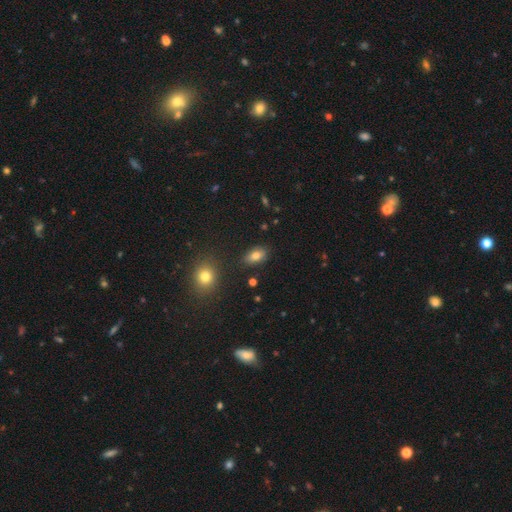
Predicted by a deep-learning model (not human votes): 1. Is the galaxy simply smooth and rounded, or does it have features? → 78% smooth, 11% star or artifact, 11% featured or disk.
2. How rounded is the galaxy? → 87% in between, 9% round, 3% cigar-shaped.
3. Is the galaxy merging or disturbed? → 83% none, 11% minor disturbance, 3% major disturbance, 3% merger.